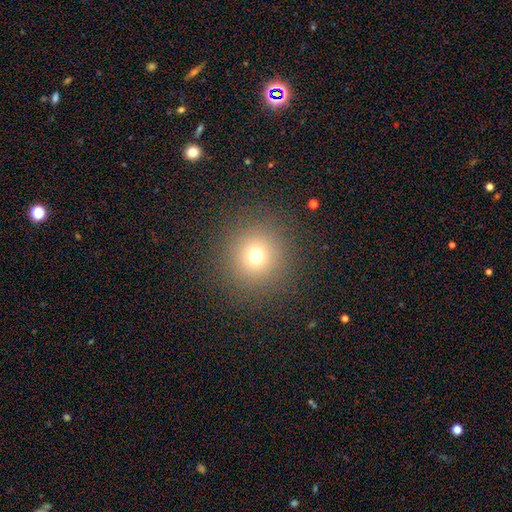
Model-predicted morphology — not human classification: Smooth or featured: smooth — 72% (star or artifact — 19%)
How rounded: round — 95% (in between — 4%)
Merging: none — 90% (minor disturbance — 6%)